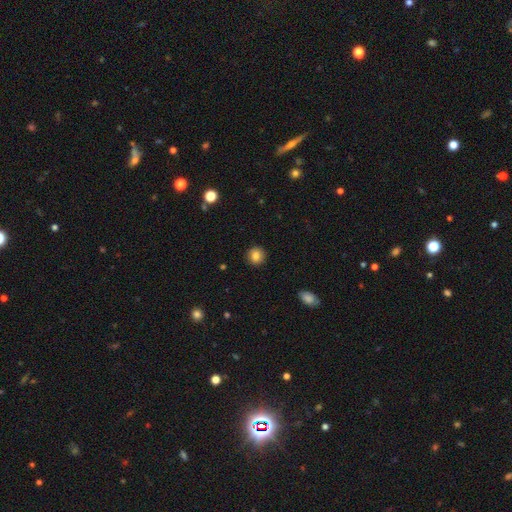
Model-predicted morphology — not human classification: The model was most divided on "smooth or featured": smooth: 84%, star or artifact: 10%, featured or disk: 7%. More confident: merging — none (91%); how rounded — round (91%).